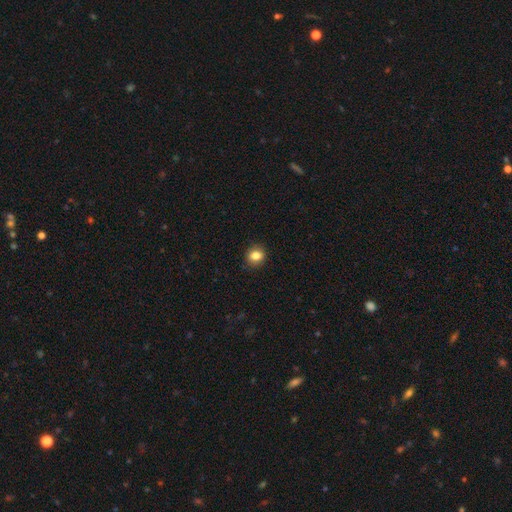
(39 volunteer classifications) Smooth or featured? 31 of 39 (79%) said smooth. How rounded? 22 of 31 (71%) said round. Merging? 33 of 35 (94%) said none.